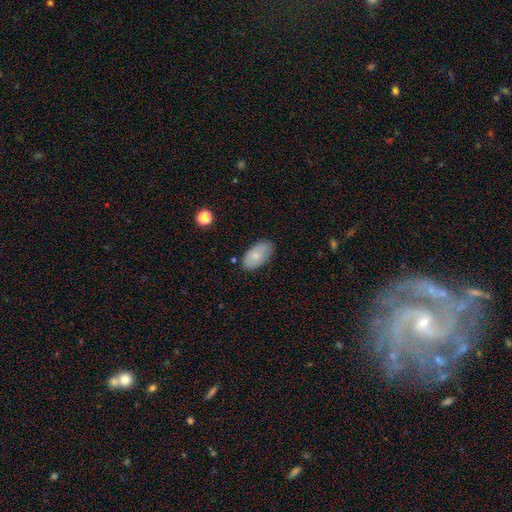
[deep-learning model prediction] smooth 77%, featured or disk 16%, star or artifact 7%. Down the decision tree: how rounded — in between (95%); merging — none (79%).